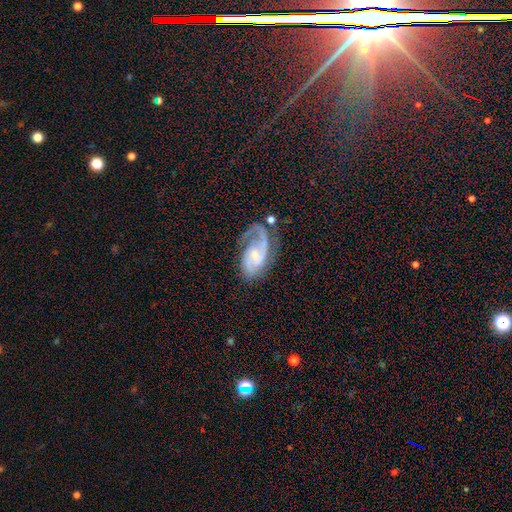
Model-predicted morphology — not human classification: The model was most divided on "bar": no: 50%, weak: 41%, strong: 9%. Remaining: edge-on disk — no (97%); spiral arms — yes (96%); smooth or featured — featured or disk (86%); spiral arm count — 2 (63%); bulge size — small (61%); merging — none (52%); spiral winding — medium (49%).